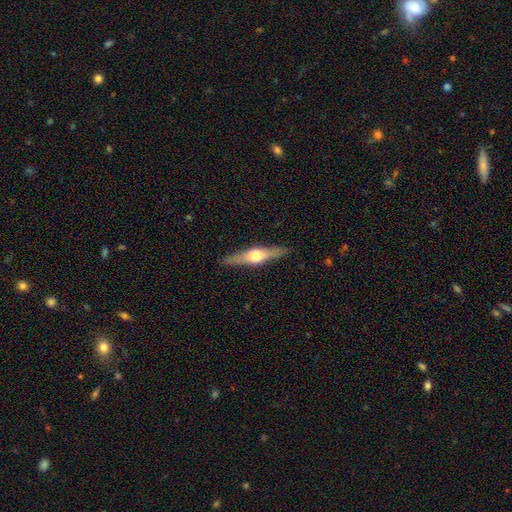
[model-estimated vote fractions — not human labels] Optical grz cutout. It shows a featured or disk galaxy (72%) viewed edge-on (97%) with a rounded central bulge (95%). Merging: none (91%).